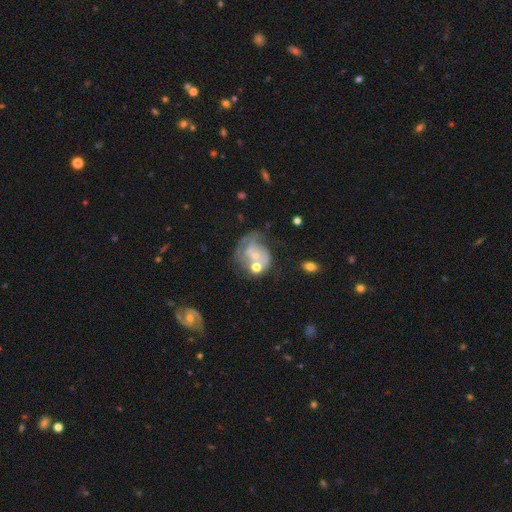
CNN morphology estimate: smooth-or-featured: featured or disk: 65% | smooth: 26% | star or artifact: 9%
  disk-edge-on: no: 98% | yes: 2%
    bar: no: 75% | weak: 21% | strong: 4%
    has-spiral-arms: yes: 69% | no: 31%
    bulge-size: small: 61% | moderate: 26% | none: 9% | large: 2% | dominant: 1%
  merging: none: 30% | major disturbance: 28% | merger: 22% | minor disturbance: 20%